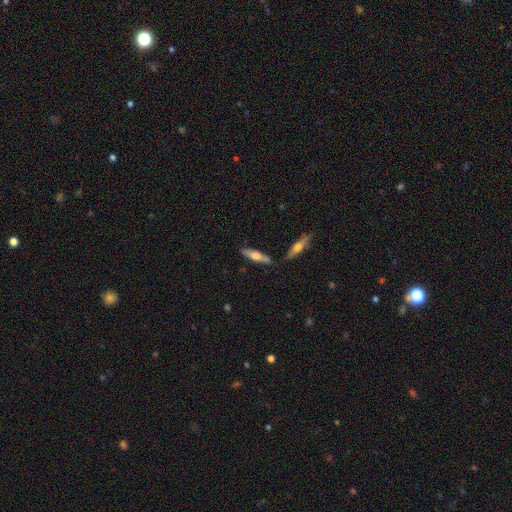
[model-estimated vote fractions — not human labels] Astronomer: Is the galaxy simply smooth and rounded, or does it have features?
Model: smooth — 52% (runner-up: featured or disk, 43%).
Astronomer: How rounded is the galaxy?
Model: cigar-shaped — 67%.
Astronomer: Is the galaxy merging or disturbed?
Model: none — 74%.